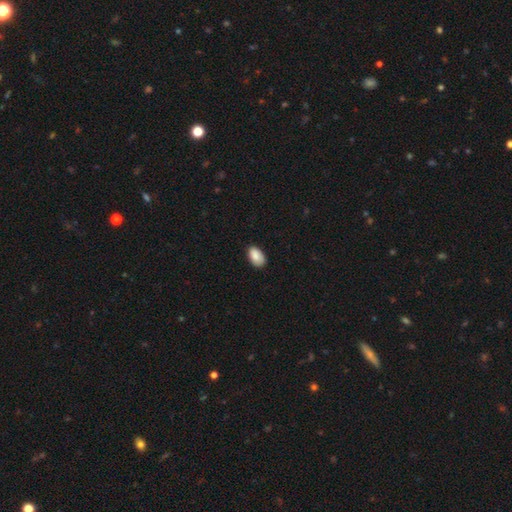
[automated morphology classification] Smooth or featured? smooth (87%)
How rounded? in between (92%)
Merging? none (82%)